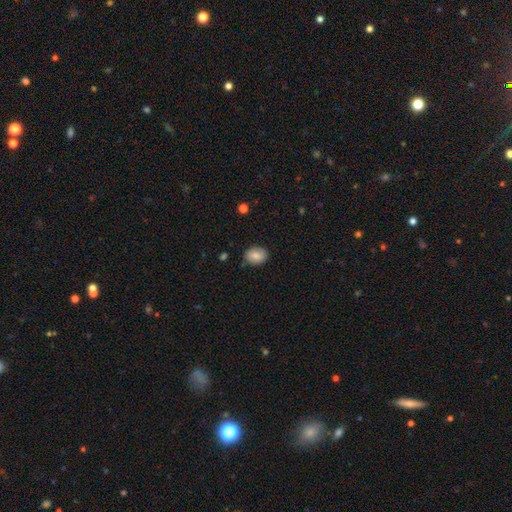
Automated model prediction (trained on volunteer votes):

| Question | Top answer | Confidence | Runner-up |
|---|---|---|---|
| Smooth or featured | smooth | 80% | featured or disk (12%) |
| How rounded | in between | 64% | round (35%) |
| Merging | none | 83% | minor disturbance (13%) |